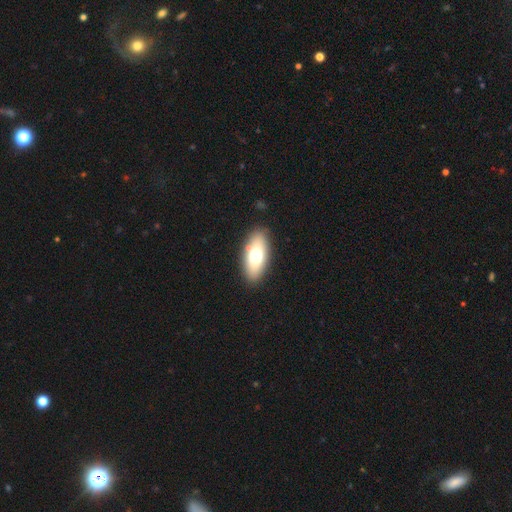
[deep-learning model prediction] Smooth or featured?
  - smooth: 68% *
  - featured or disk: 25%
  - star or artifact: 8%
How rounded?
  - in between: 85% *
  - cigar-shaped: 11%
  - round: 4%
Merging?
  - none: 86% *
  - minor disturbance: 9%
  - major disturbance: 3%
  - merger: 2%